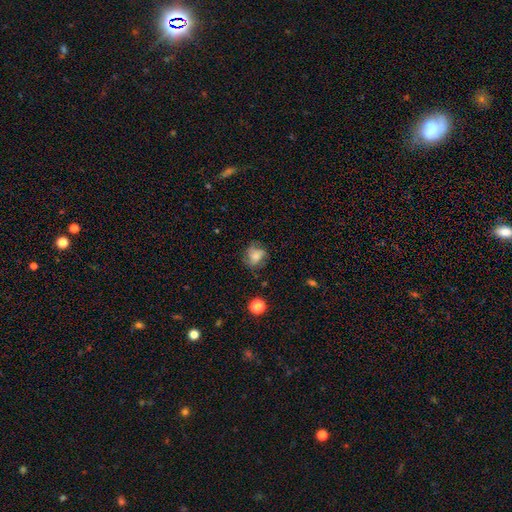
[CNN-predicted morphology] A smooth galaxy with no disk features (52%) that is round (62%). Merging: none (62%).